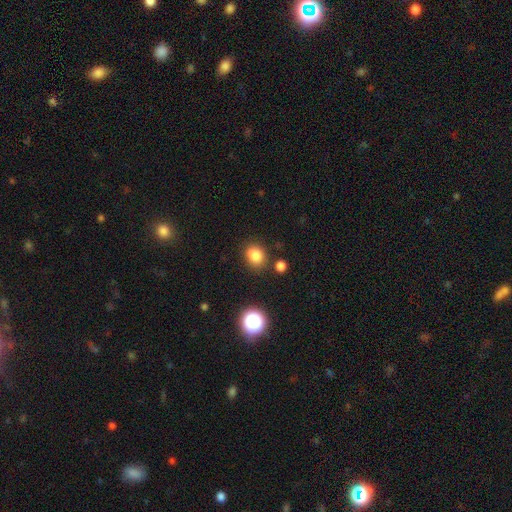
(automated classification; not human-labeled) This is clearly a smooth galaxy (81%). How rounded: possibly round (51%). Merging: likely none (75%).